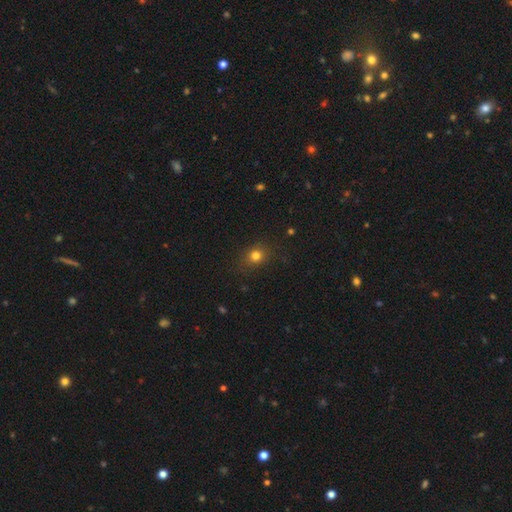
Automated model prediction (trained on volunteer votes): A smooth galaxy with no disk features (79%) that is round (70%). Merging: none (84%).